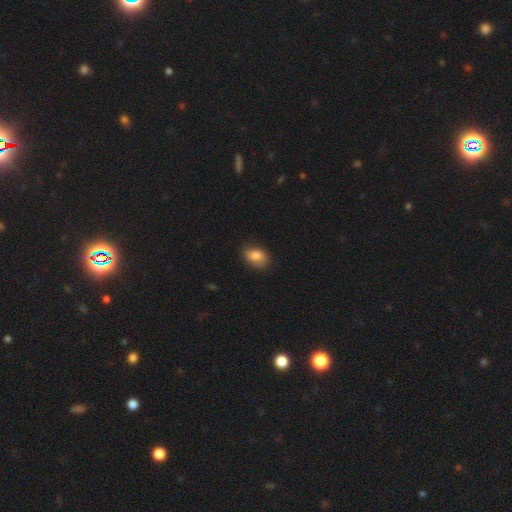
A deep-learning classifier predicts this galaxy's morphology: type=smooth (80%); roundness=in between (79%); merging=none (74%).